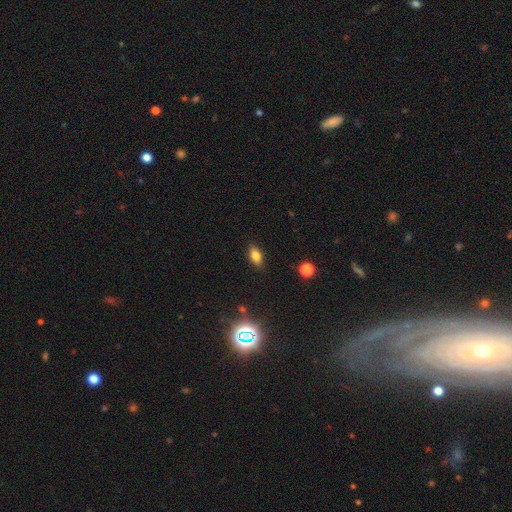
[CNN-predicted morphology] This is likely a smooth galaxy (76%). How rounded: clearly in between (85%). Merging: clearly none (86%).